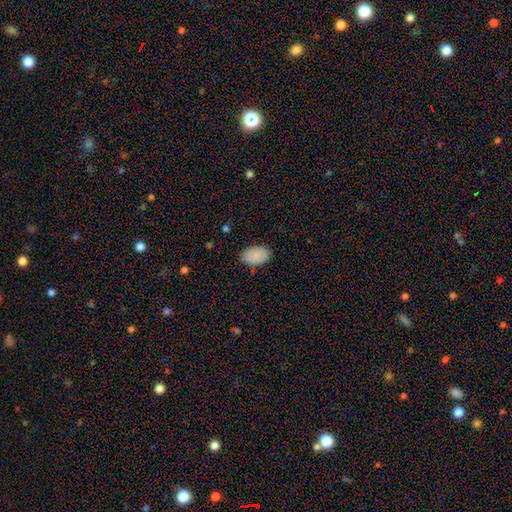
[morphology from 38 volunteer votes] This appears to be a smooth galaxy with no disk features (97%) that is in between round and cigar-shaped (92%). Merging: none (89%).